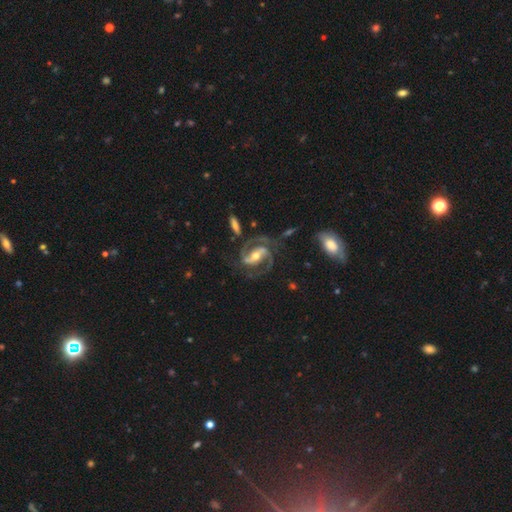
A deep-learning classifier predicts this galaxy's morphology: Smooth or featured: featured or disk — 91% (star or artifact — 5%)
Edge-on disk: no — 97% (yes — 3%)
Bar: strong — 53% (weak — 31%)
Spiral arms: yes — 98% (no — 2%)
Spiral winding: medium — 60% (tight — 26%)
Spiral arm count: 2 — 92% (3 — 3%)
Bulge size: moderate — 66% (small — 25%)
Merging: none — 70% (minor disturbance — 16%)